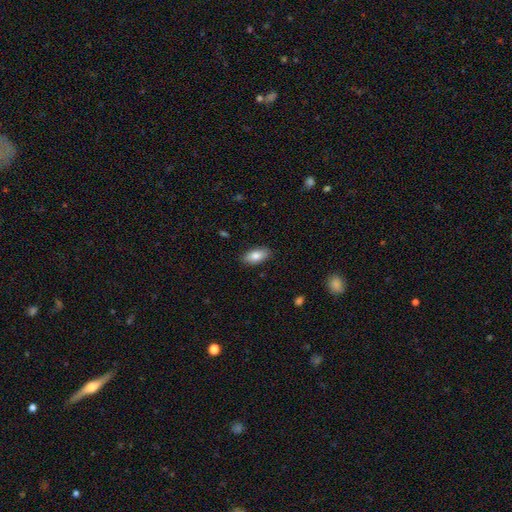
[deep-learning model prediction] A smooth galaxy with no disk features (83%) that is in between round and cigar-shaped (91%).

Vote fractions:
- Smooth or featured? smooth: 83% / featured or disk: 11% / star or artifact: 7%
- How rounded? in between: 91% / cigar-shaped: 7% / round: 3%
- Merging? none: 88% / minor disturbance: 9% / major disturbance: 2% / merger: 1%